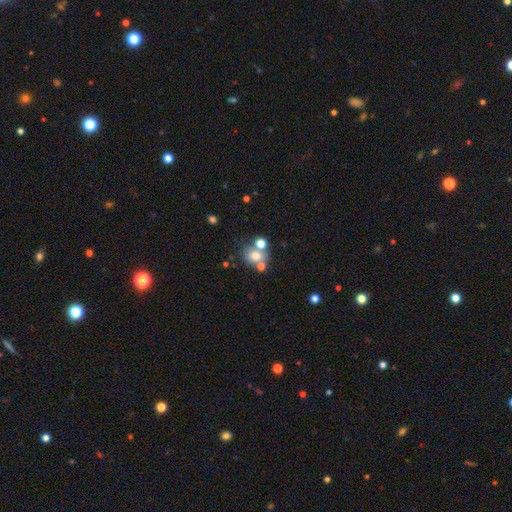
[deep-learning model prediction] Smooth or featured?
  - smooth: 70% *
  - featured or disk: 16%
  - star or artifact: 14%
How rounded?
  - round: 59% *
  - in between: 40%
  - cigar-shaped: 1%
Merging?
  - none: 49% *
  - merger: 32%
  - minor disturbance: 12%
  - major disturbance: 6%